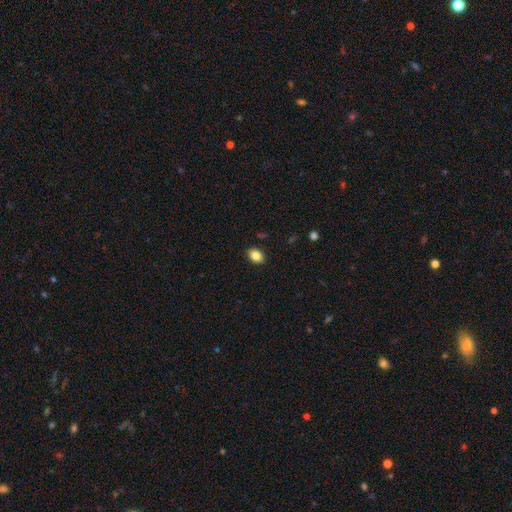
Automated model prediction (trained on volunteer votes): Smooth or featured: smooth — 85% (star or artifact — 9%)
How rounded: in between — 76% (round — 22%)
Merging: none — 88% (minor disturbance — 9%)